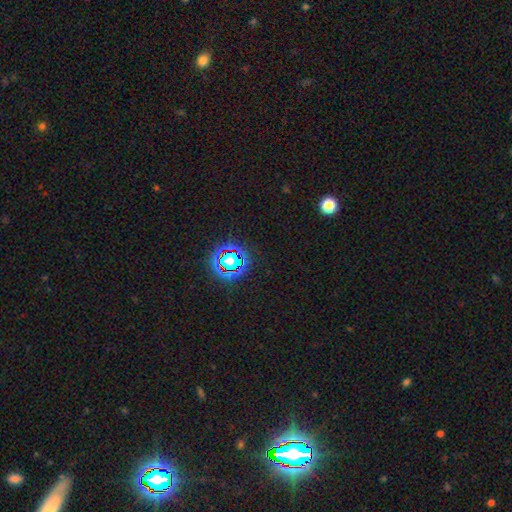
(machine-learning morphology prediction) A star or artifact, not a galaxy (80%).

Vote fractions:
- Smooth or featured? star or artifact: 80% / smooth: 13% / featured or disk: 7%